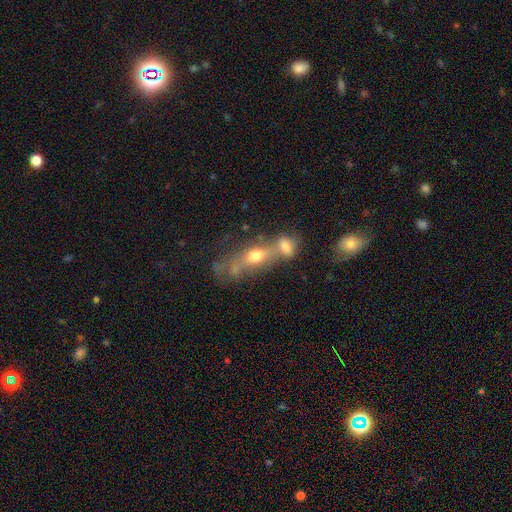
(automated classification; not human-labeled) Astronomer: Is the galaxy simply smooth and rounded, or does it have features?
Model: smooth — 47% (runner-up: featured or disk, 41%).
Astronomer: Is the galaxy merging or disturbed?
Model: merger — 51%.